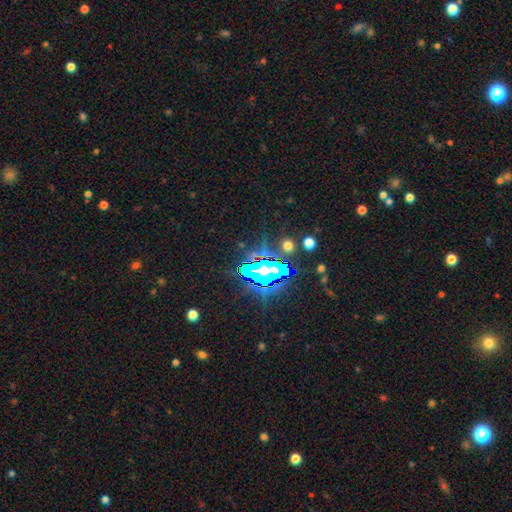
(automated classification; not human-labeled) Morphology: type=star or artifact (84%).